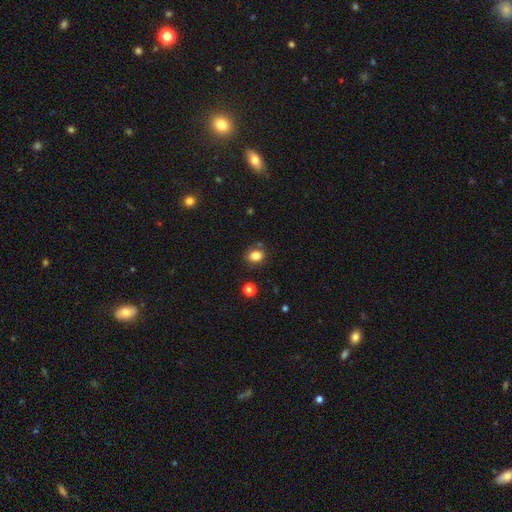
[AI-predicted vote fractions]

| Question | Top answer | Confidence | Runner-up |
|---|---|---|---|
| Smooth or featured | smooth | 83% | star or artifact (12%) |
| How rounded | round | 50% | in between (49%) |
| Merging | none | 80% | minor disturbance (11%) |